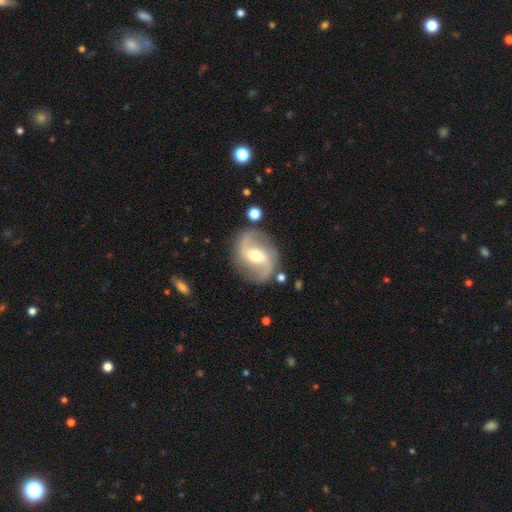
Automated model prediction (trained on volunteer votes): Smooth or featured: featured or disk — 87% (smooth — 8%)
Edge-on disk: no — 97% (yes — 3%)
Bar: weak — 43% (no — 30%)
Spiral arms: yes — 96% (no — 4%)
Spiral winding: loose — 45% (medium — 44%)
Spiral arm count: 2 — 93% (can't tell — 2%)
Bulge size: moderate — 61% (small — 32%)
Merging: none — 83% (minor disturbance — 11%)